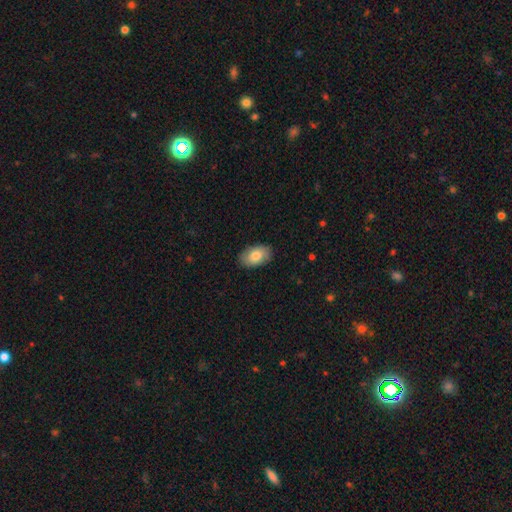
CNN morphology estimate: A smooth galaxy with no disk features (79%) that is in between round and cigar-shaped (92%). Merging: none (88%).